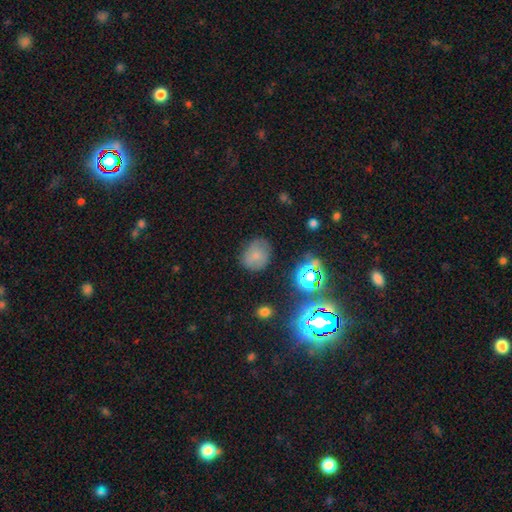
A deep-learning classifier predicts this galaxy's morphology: smooth-or-featured: smooth: 68% | featured or disk: 17% | star or artifact: 16%
  how-rounded: round: 54% | in between: 45% | cigar-shaped: 1%
  merging: none: 68% | minor disturbance: 21% | major disturbance: 8% | merger: 3%